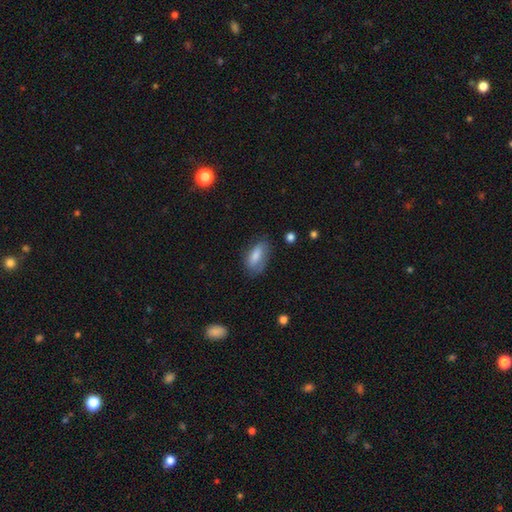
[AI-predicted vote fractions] This is likely a smooth galaxy (76%). How rounded: clearly in between (85%). Merging: likely none (67%).